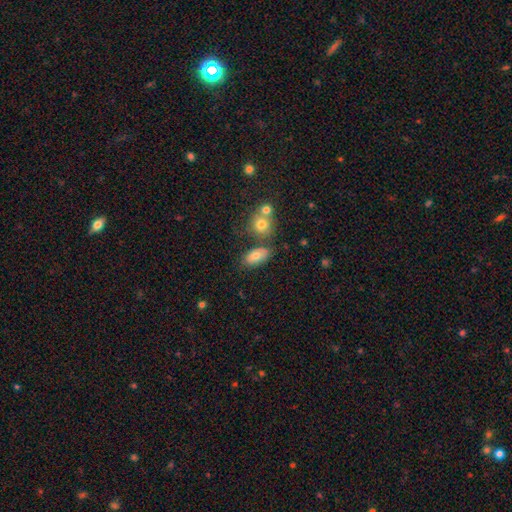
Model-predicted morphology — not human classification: The model was most divided on "merging": none: 65%, merger: 16%, minor disturbance: 14%, major disturbance: 5%. More confident: how rounded — in between (88%); smooth or featured — smooth (76%).